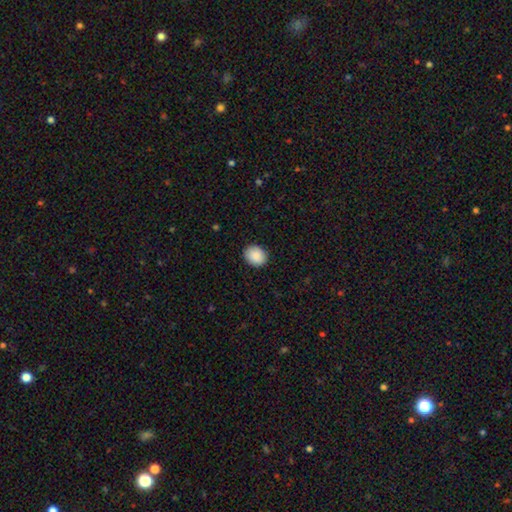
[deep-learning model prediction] Overall: smooth (88%). How rounded: round (60%; in between 39%). Merging: none (89%).